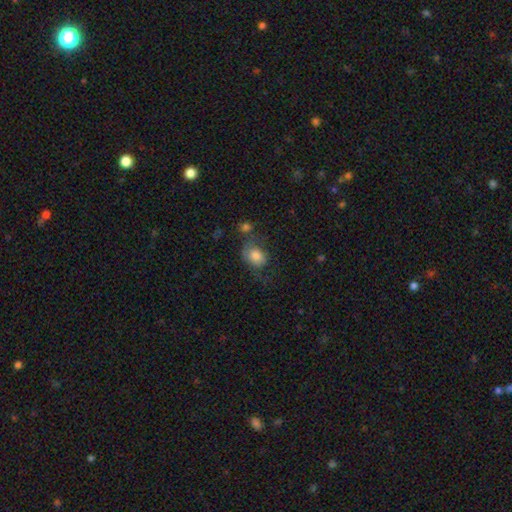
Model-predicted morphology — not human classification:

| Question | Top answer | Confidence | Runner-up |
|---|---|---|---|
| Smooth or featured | smooth | 78% | featured or disk (13%) |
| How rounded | in between | 52% | round (46%) |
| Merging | none | 44% | minor disturbance (27%) |